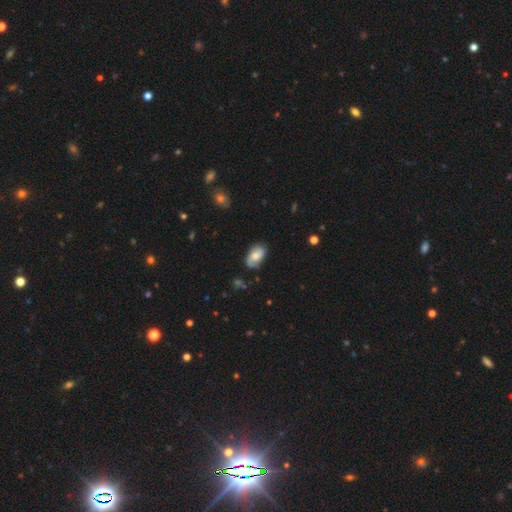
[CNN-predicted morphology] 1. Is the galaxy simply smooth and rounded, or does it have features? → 49% featured or disk, 44% smooth, 7% star or artifact.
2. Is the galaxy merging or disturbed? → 71% none, 21% minor disturbance, 5% major disturbance, 2% merger.